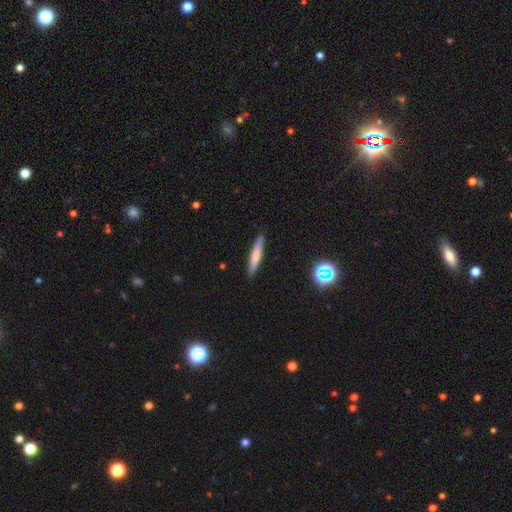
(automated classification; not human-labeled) Q: Smooth or featured?
A: smooth (68%); runner-up: featured or disk (24%)
Q: How rounded?
A: cigar-shaped (91%); runner-up: in between (8%)
Q: Merging?
A: none (89%); runner-up: minor disturbance (8%)